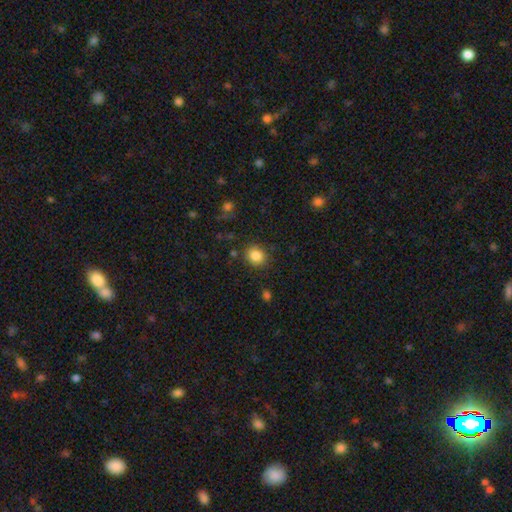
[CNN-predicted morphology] This appears to be a smooth galaxy with no disk features (85%) that is round (76%). Merging: none (85%).